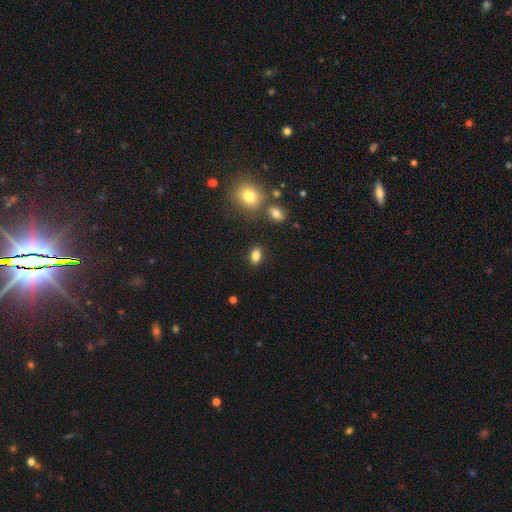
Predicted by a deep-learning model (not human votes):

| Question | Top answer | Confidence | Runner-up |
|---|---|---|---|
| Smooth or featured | smooth | 84% | star or artifact (10%) |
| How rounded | in between | 78% | round (20%) |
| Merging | none | 85% | minor disturbance (9%) |